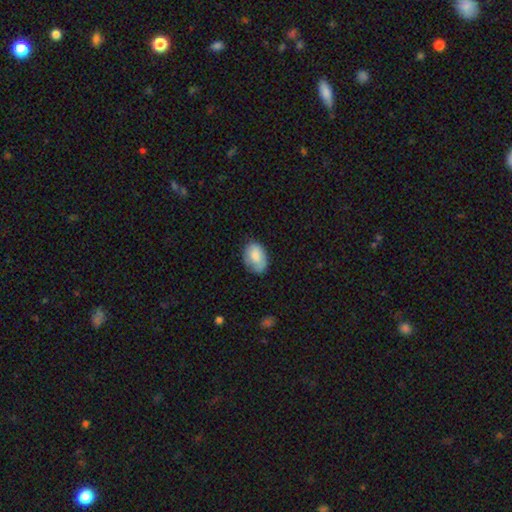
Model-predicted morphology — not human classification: smooth 80%, featured or disk 13%, star or artifact 7%. Down the decision tree: how rounded — in between (84%); merging — none (66%).